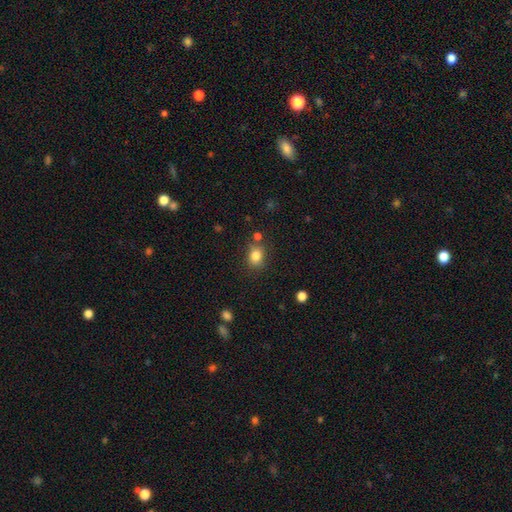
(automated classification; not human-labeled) smooth-or-featured: smooth: 82% | star or artifact: 11% | featured or disk: 7%
  how-rounded: round: 53% | in between: 46% | cigar-shaped: 1%
  merging: none: 72% | minor disturbance: 15% | merger: 9% | major disturbance: 4%